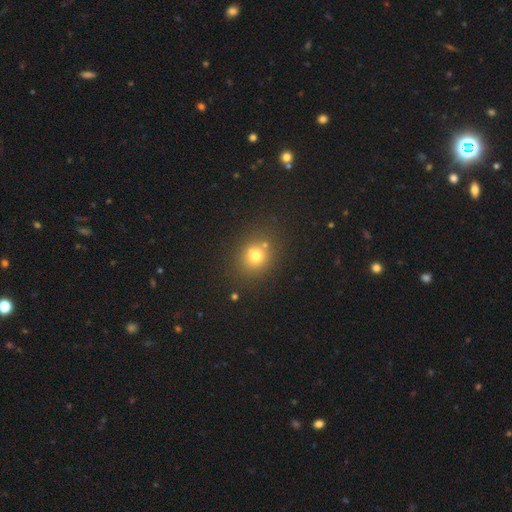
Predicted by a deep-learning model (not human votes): A smooth galaxy with no disk features (70%) that is round (76%). Merging: none (67%).